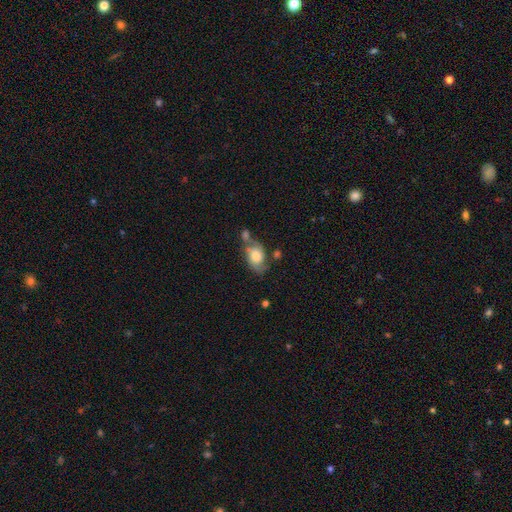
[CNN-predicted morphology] This appears to be a featured or disk galaxy (50%). Merging: none (43%).